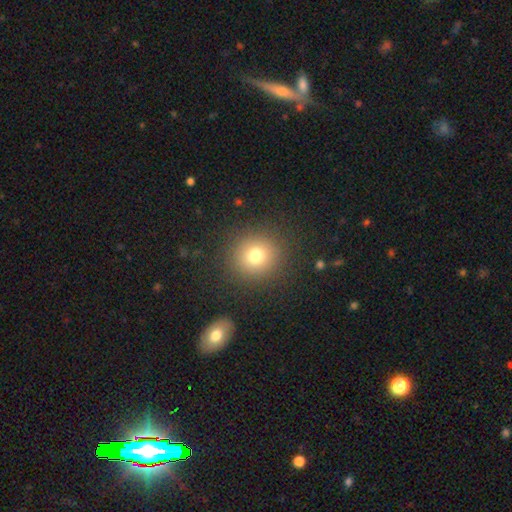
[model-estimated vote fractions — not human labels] Smooth or featured? Predicted: smooth (p=0.75). How rounded? Predicted: round (p=0.89). Merging? Predicted: none (p=0.88).